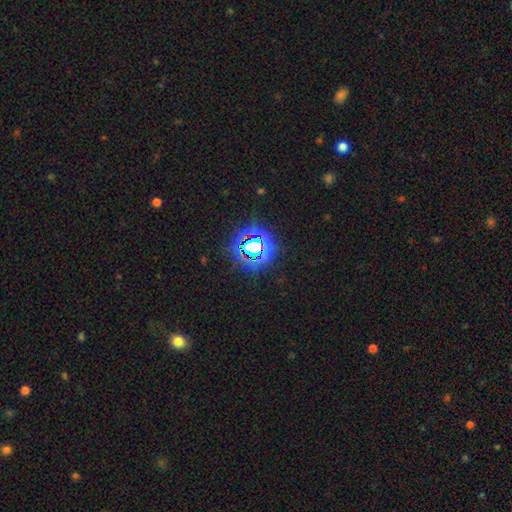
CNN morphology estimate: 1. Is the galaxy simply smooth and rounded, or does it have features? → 73% star or artifact, 17% smooth, 10% featured or disk.